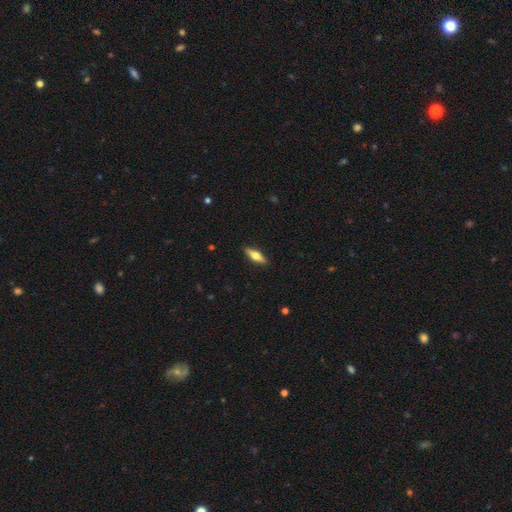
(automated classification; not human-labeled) Smooth or featured?
  - smooth: 48% *
  - featured or disk: 46%
  - star or artifact: 6%
Merging?
  - none: 90% *
  - minor disturbance: 7%
  - major disturbance: 2%
  - merger: 1%